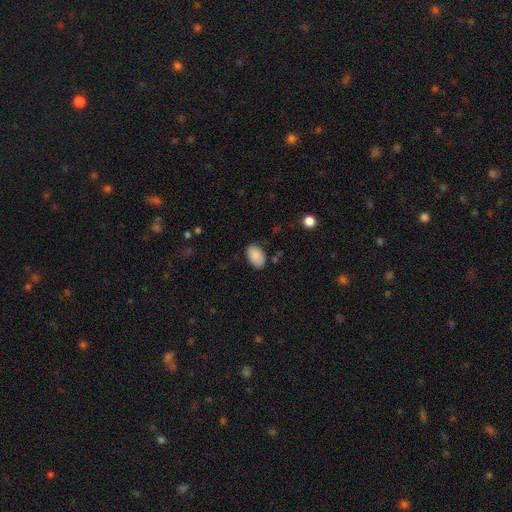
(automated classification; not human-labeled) Smooth or featured? Predicted: smooth (p=0.90). How rounded? Predicted: in between (p=0.91). Merging? Predicted: none (p=0.84).